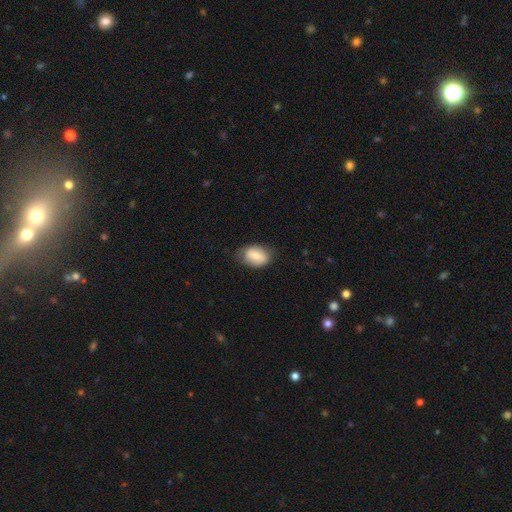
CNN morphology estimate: The model was most divided on "merging": none: 70%, minor disturbance: 24%, major disturbance: 5%, merger: 1%. More confident: how rounded — in between (81%); smooth or featured — smooth (75%).